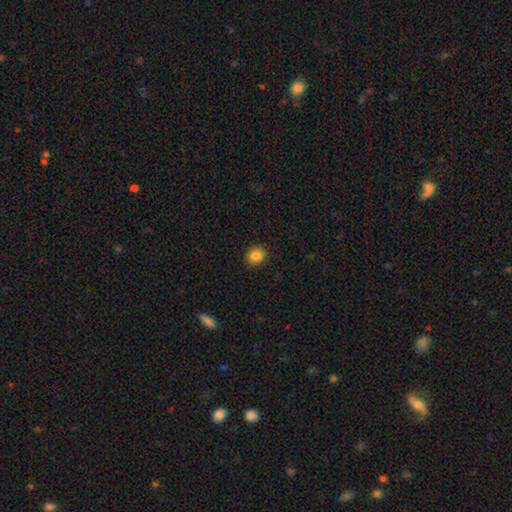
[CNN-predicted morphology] smooth-or-featured: smooth: 85% | star or artifact: 10% | featured or disk: 5%
  how-rounded: round: 65% | in between: 34% | cigar-shaped: 1%
  merging: none: 90% | minor disturbance: 7% | major disturbance: 2% | merger: 1%